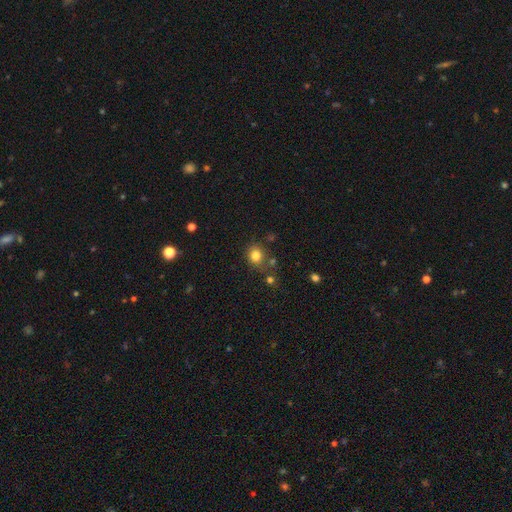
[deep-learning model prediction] A smooth galaxy with no disk features (81%) that is round (77%). Merging: none (73%).